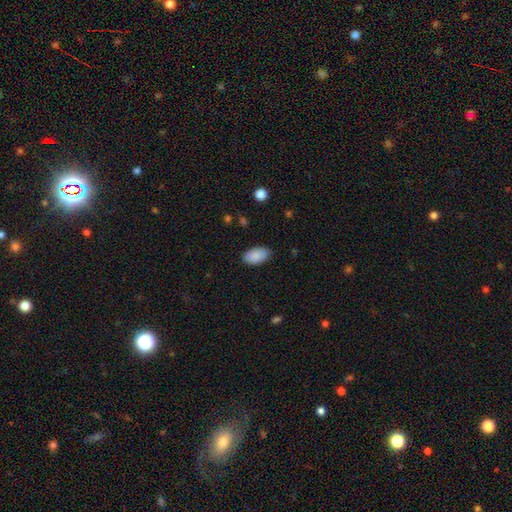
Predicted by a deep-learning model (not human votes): Q: Smooth or featured?
A: smooth (88%); runner-up: star or artifact (7%)
Q: How rounded?
A: in between (94%); runner-up: round (4%)
Q: Merging?
A: none (84%); runner-up: minor disturbance (13%)